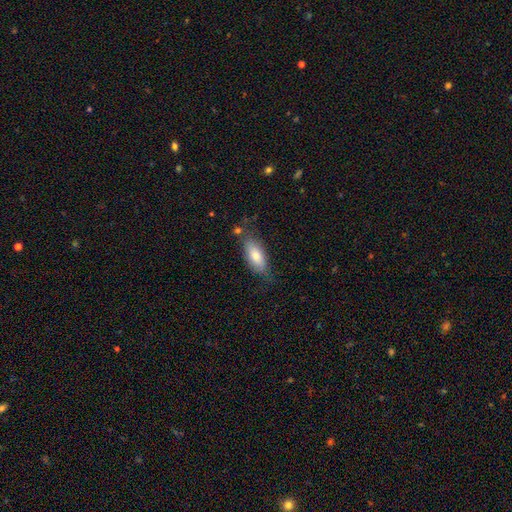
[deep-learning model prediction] A smooth galaxy with no disk features (73%) that is in between round and cigar-shaped (79%).

Vote fractions:
- Smooth or featured? smooth: 73% / featured or disk: 20% / star or artifact: 7%
- How rounded? in between: 79% / cigar-shaped: 18% / round: 3%
- Merging? none: 69% / minor disturbance: 22% / major disturbance: 6% / merger: 4%